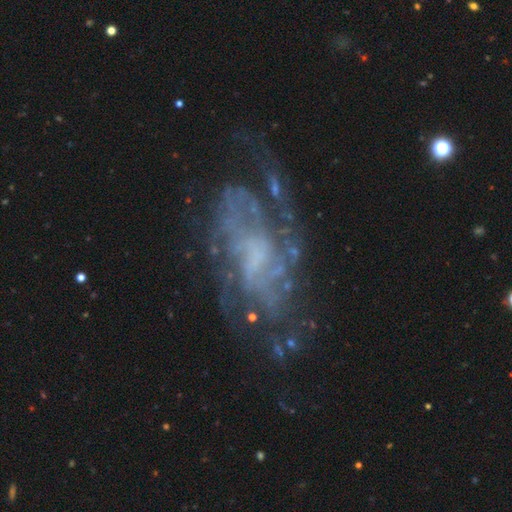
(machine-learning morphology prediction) Smooth or featured? featured or disk (84%)
Edge-on disk? no (95%)
Bar? no (46%)
Spiral arms? yes (90%)
Spiral winding? medium (42%)
Spiral arm count? can't tell (39%)
Bulge size? none (46%)
Merging? none (62%)